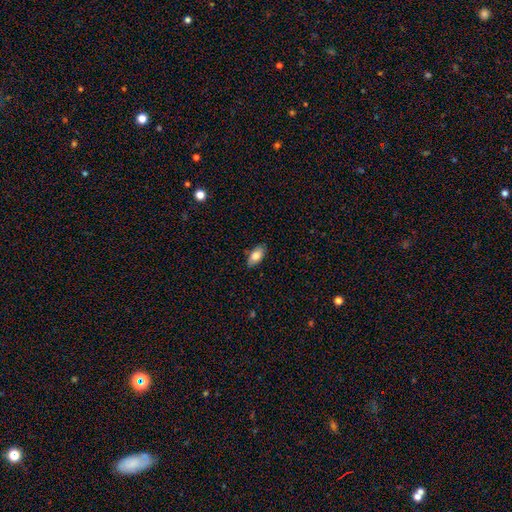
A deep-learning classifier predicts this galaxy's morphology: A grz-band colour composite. It shows a smooth galaxy with no disk features (80%) that is in between round and cigar-shaped (90%). Merging: none (84%).